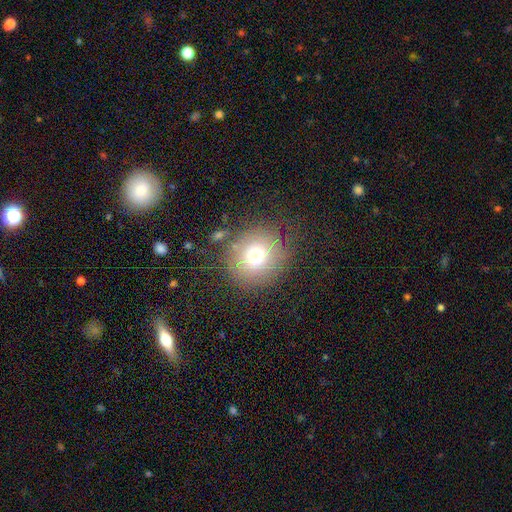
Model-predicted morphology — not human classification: A smooth galaxy with no disk features (67%) that is round (85%). Merging: none (73%).